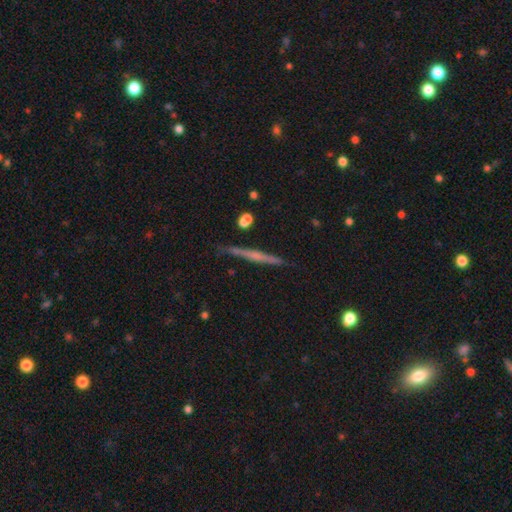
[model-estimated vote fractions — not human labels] Q: Smooth or featured?
A: featured or disk (64%); runner-up: smooth (29%)
Q: Edge-on disk?
A: yes (97%); runner-up: no (3%)
Q: Edge-on bulge?
A: none (51%); runner-up: rounded (39%)
Q: Merging?
A: none (87%); runner-up: minor disturbance (9%)